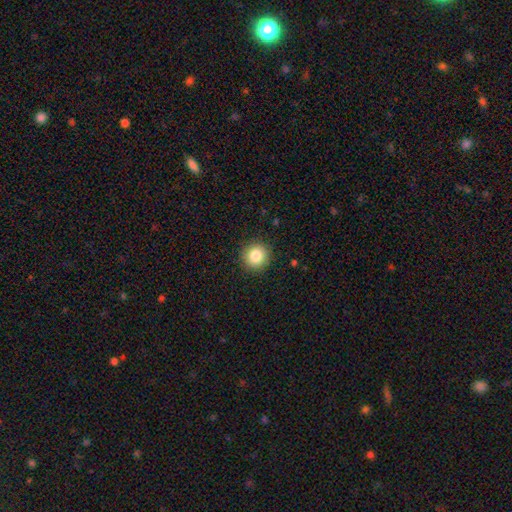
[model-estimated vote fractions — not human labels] A smooth galaxy with no disk features (84%) that is round (93%). Merging: none (91%).